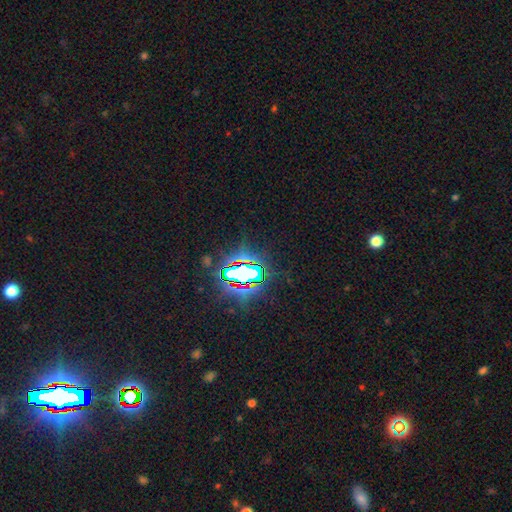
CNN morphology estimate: The model was most divided on "smooth or featured": star or artifact: 84%, smooth: 9%, featured or disk: 7%.